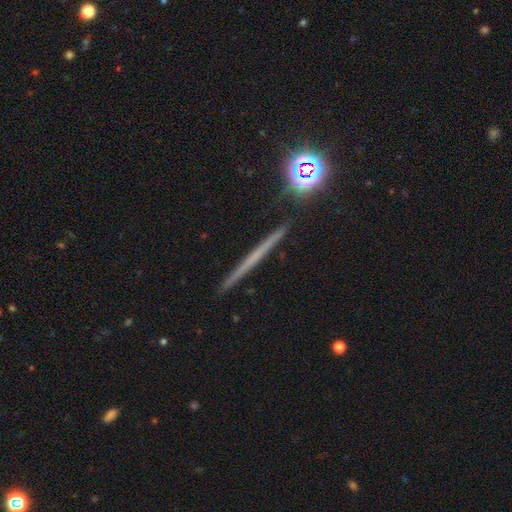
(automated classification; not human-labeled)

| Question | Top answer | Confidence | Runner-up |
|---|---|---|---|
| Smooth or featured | featured or disk | 54% | smooth (32%) |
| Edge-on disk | yes | 97% | no (3%) |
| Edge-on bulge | none | 90% | rounded (7%) |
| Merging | none | 91% | minor disturbance (6%) |